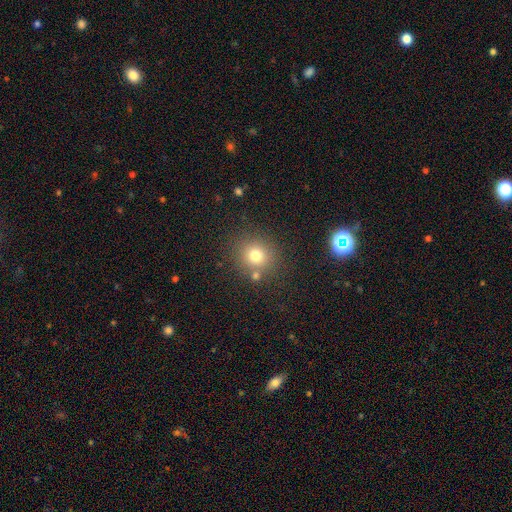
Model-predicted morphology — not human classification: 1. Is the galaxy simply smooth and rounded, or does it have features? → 75% smooth, 15% star or artifact, 10% featured or disk.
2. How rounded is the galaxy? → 88% round, 11% in between, 1% cigar-shaped.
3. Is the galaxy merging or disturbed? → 78% none, 9% minor disturbance, 9% merger, 4% major disturbance.